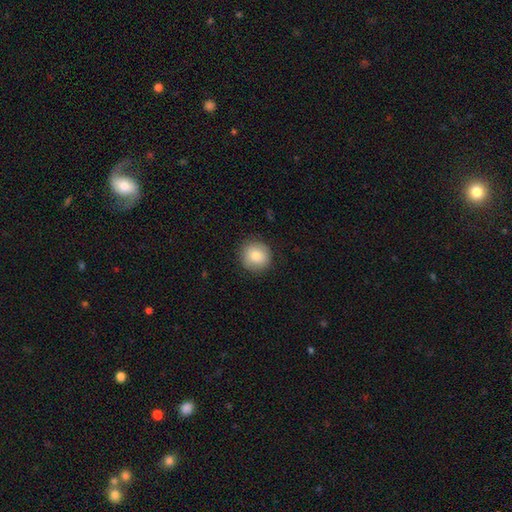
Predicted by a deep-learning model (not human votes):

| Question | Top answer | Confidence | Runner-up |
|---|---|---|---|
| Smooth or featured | smooth | 82% | featured or disk (10%) |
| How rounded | round | 92% | in between (7%) |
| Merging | none | 89% | minor disturbance (8%) |